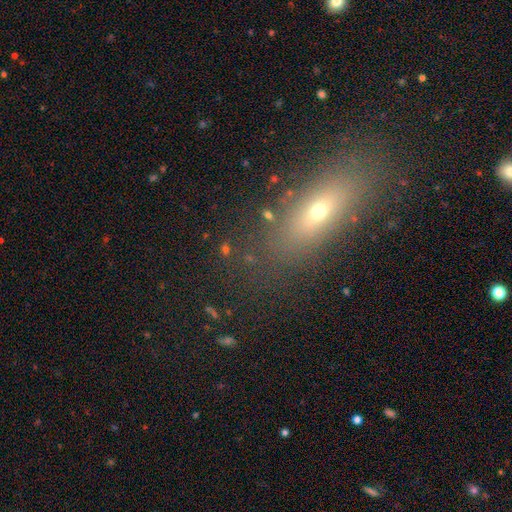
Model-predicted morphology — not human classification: Smooth or featured? smooth (57%)
How rounded? in between (58%)
Merging? none (82%)